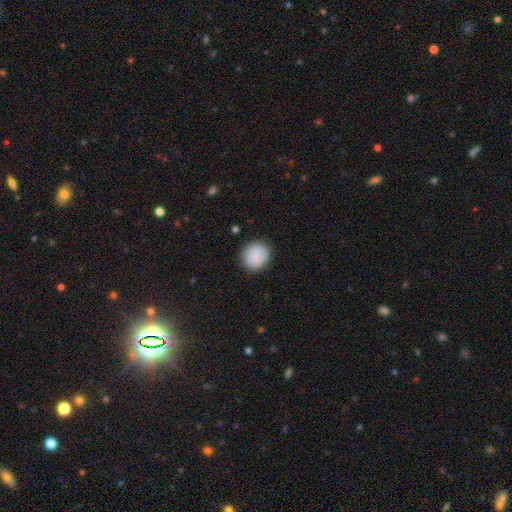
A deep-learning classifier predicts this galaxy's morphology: smooth-or-featured: smooth: 87% | star or artifact: 7% | featured or disk: 6%
  how-rounded: round: 85% | in between: 14% | cigar-shaped: 1%
  merging: none: 87% | minor disturbance: 9% | major disturbance: 3% | merger: 1%